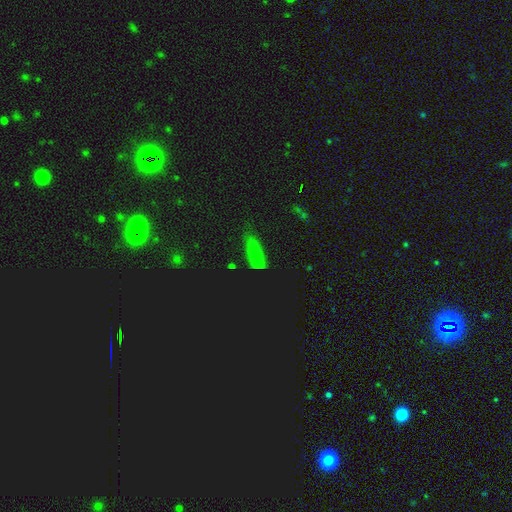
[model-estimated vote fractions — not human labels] smooth 64%, star or artifact 27%, featured or disk 10%. Down the decision tree: how rounded — in between (57%); merging — none (54%).